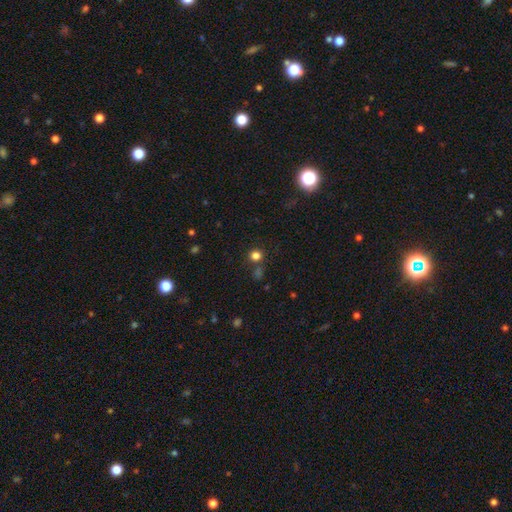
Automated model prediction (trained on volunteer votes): Smooth or featured? Predicted: smooth (p=0.76). How rounded? Predicted: round (p=0.88). Merging? Predicted: none (p=0.77).